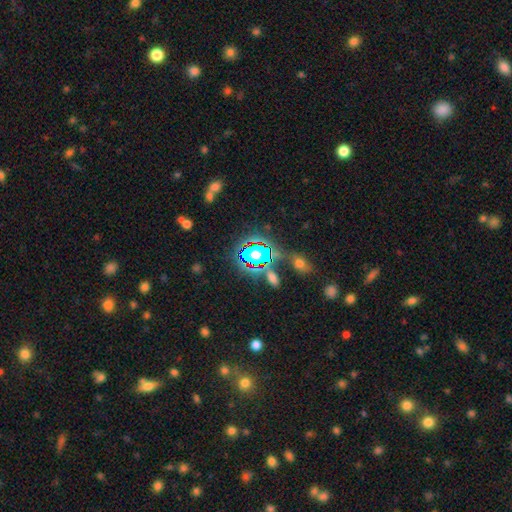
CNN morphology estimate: smooth-or-featured: star or artifact: 73% | smooth: 17% | featured or disk: 10%